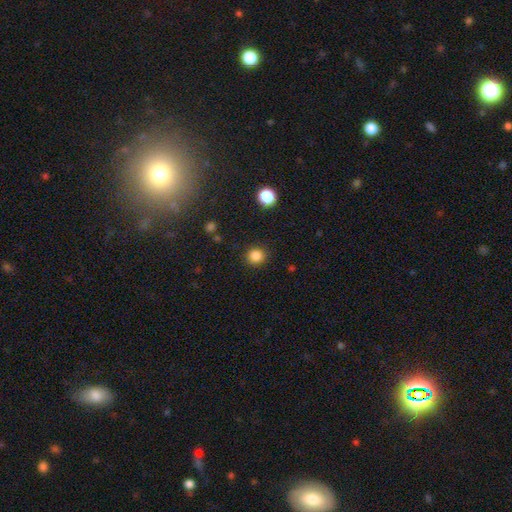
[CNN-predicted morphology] Smooth or featured? smooth (85%)
How rounded? round (88%)
Merging? none (90%)